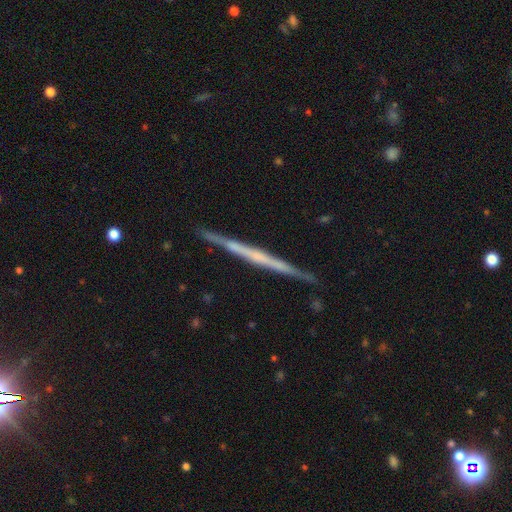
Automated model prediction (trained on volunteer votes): Smooth or featured? Predicted: featured or disk (p=0.71). Edge-on disk? Predicted: yes (p=0.98). Edge-on bulge? Predicted: none (p=0.78). Merging? Predicted: none (p=0.89).